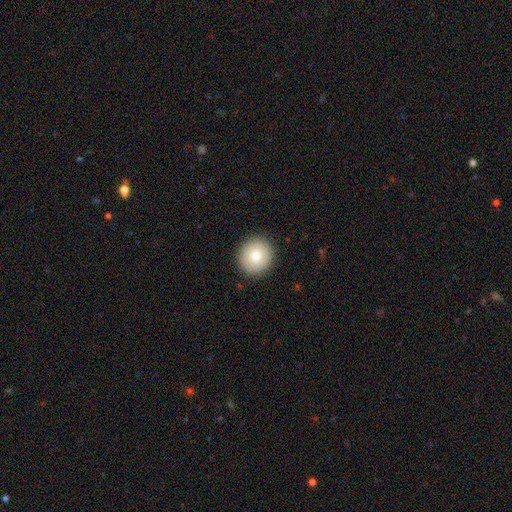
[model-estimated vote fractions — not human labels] smooth 80%, featured or disk 12%, star or artifact 9%. Down the decision tree: how rounded — round (91%); merging — none (91%).